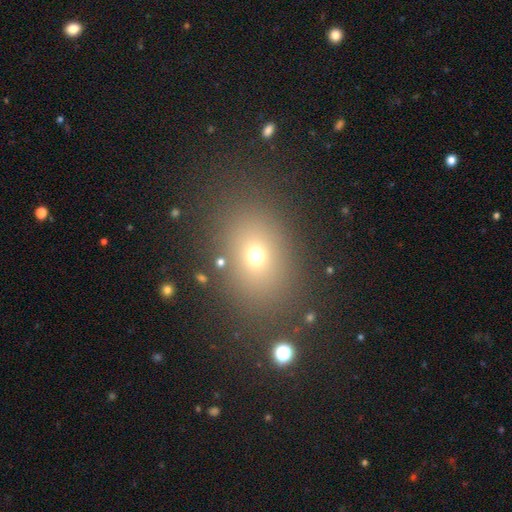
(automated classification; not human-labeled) Morphology: type=smooth (66%); roundness=in between (59%); merging=none (83%).